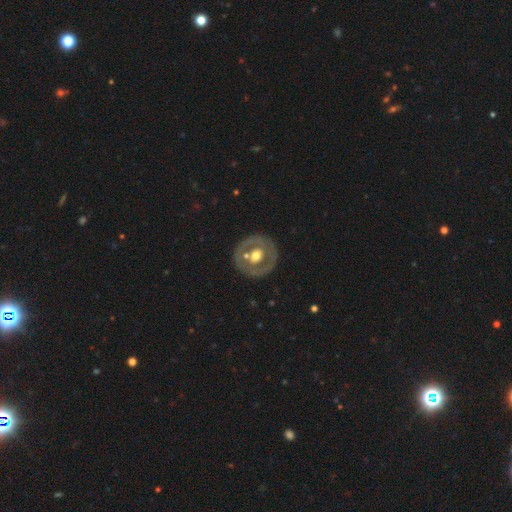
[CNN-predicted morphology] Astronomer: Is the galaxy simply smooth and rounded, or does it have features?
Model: featured or disk — 60% (runner-up: smooth, 35%).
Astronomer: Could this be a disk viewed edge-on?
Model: no — 94%.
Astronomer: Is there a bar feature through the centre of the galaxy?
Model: no — 77%.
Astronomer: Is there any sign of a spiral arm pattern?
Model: no — 89%.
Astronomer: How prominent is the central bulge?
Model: moderate — 70%.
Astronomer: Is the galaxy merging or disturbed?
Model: none — 78%.